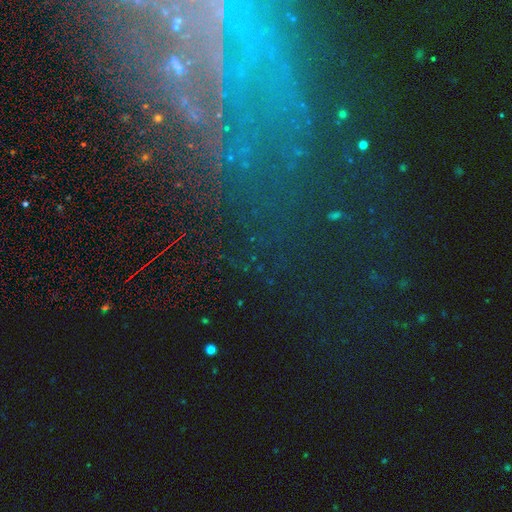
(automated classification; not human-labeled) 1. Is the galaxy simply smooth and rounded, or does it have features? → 42% star or artifact (tied), 42% featured or disk (tied), 16% smooth.